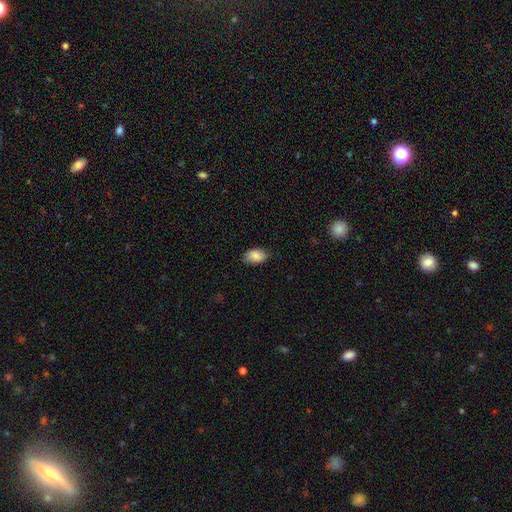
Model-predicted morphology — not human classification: type=smooth (86%); roundness=in between (89%); merging=none (78%).